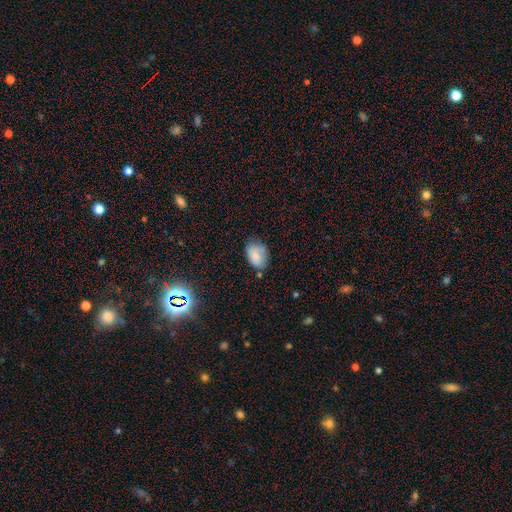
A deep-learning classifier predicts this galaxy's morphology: A smooth galaxy with no disk features (78%) that is in between round and cigar-shaped (85%).

Vote fractions:
- Smooth or featured? smooth: 78% / featured or disk: 12% / star or artifact: 10%
- How rounded? in between: 85% / round: 14% / cigar-shaped: 1%
- Merging? none: 57% / minor disturbance: 31% / major disturbance: 8% / merger: 4%